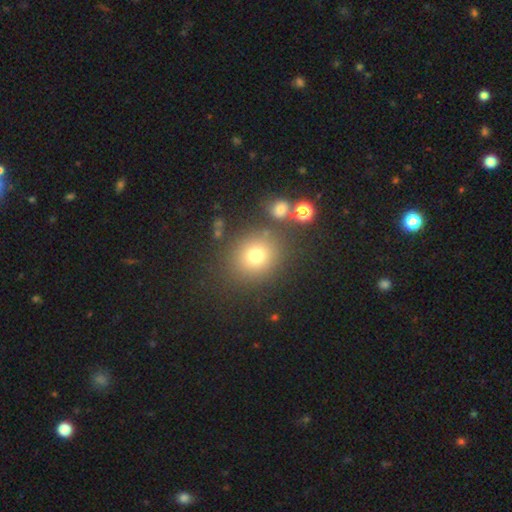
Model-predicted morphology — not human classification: This is likely a smooth galaxy (74%). How rounded: likely round (79%). Merging: likely none (79%).